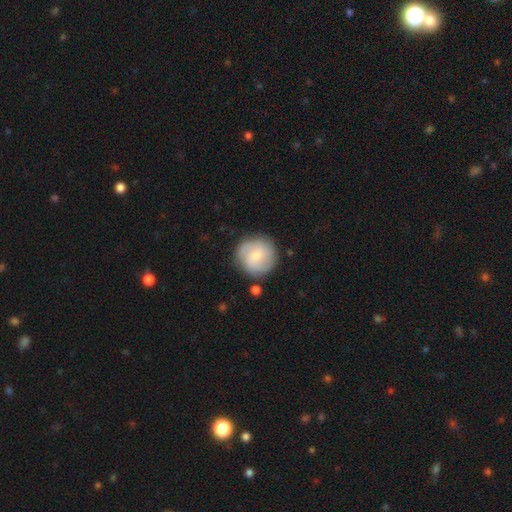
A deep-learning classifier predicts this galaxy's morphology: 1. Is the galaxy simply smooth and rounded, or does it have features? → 51% smooth, 43% featured or disk, 7% star or artifact.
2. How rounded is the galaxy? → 93% round, 6% in between, 1% cigar-shaped.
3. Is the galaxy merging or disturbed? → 79% none, 13% minor disturbance, 4% major disturbance, 3% merger.